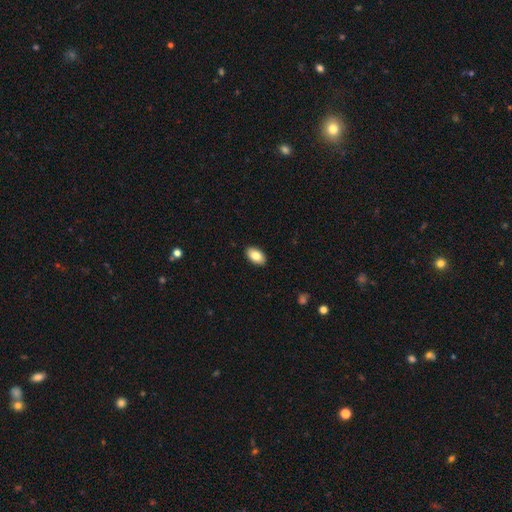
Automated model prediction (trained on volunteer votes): A smooth galaxy with no disk features (84%) that is in between round and cigar-shaped (93%).

Vote fractions:
- Smooth or featured? smooth: 84% / featured or disk: 9% / star or artifact: 7%
- How rounded? in between: 93% / round: 5% / cigar-shaped: 1%
- Merging? none: 90% / minor disturbance: 7% / major disturbance: 2% / merger: 1%